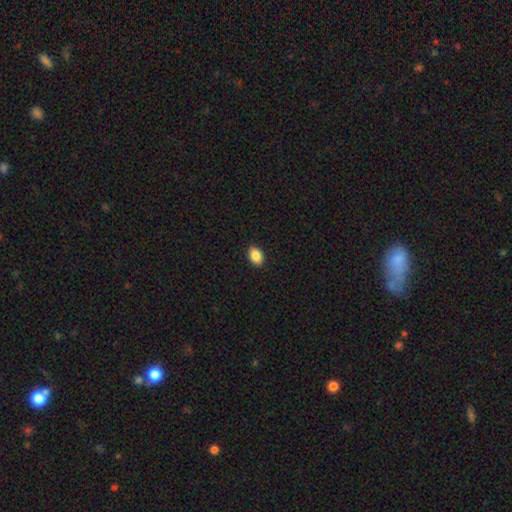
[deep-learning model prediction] smooth 87%, star or artifact 8%, featured or disk 5%. Down the decision tree: how rounded — in between (81%); merging — none (91%).